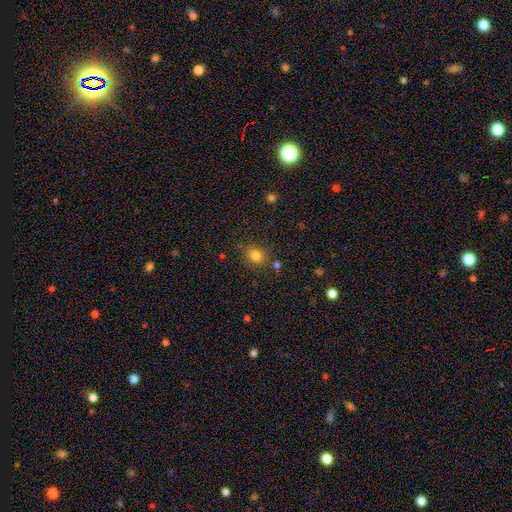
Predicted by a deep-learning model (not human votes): The model was most divided on "how rounded": round: 62%, in between: 37%, cigar-shaped: 1%. More confident: smooth or featured — smooth (80%); merging — none (79%).